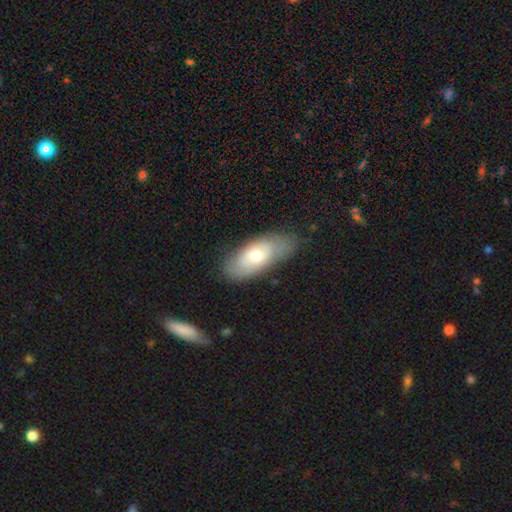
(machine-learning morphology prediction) Smooth or featured: smooth — 63% (featured or disk — 31%)
How rounded: in between — 85% (cigar-shaped — 11%)
Merging: none — 68% (minor disturbance — 23%)